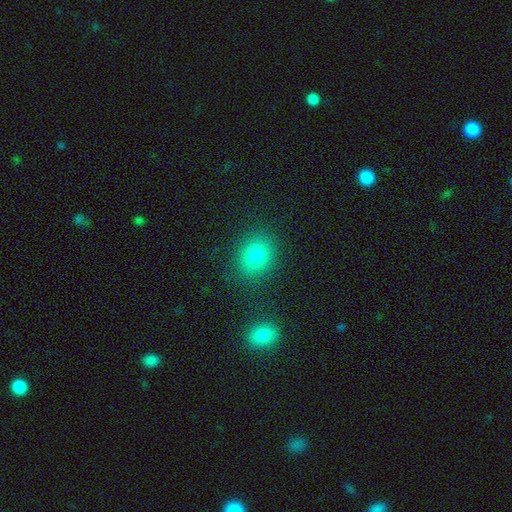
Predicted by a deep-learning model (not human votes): Smooth or featured? Predicted: smooth (p=0.81). How rounded? Predicted: round (p=0.60). Merging? Predicted: none (p=0.84).